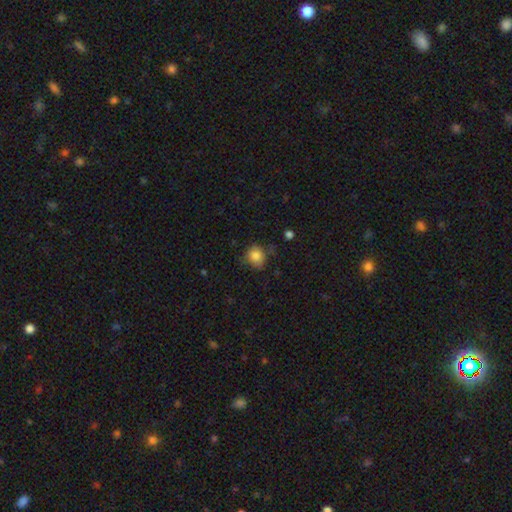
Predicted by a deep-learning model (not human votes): Smooth or featured?
  - smooth: 82% *
  - star or artifact: 10%
  - featured or disk: 8%
How rounded?
  - round: 71% *
  - in between: 29%
  - cigar-shaped: 1%
Merging?
  - none: 63% *
  - minor disturbance: 26%
  - major disturbance: 8%
  - merger: 3%